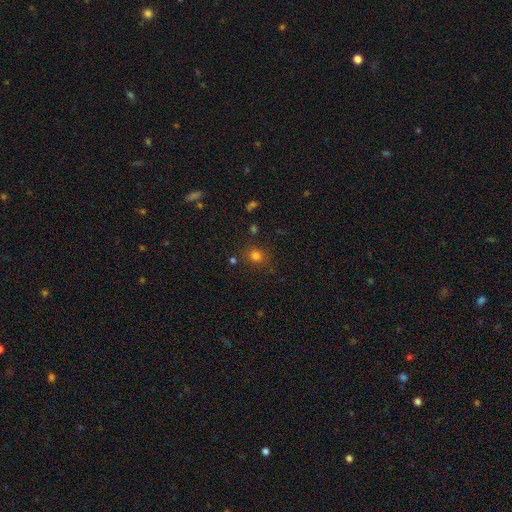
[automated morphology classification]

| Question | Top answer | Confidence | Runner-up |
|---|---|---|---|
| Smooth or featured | smooth | 76% | star or artifact (18%) |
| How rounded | round | 79% | in between (20%) |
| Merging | none | 81% | minor disturbance (11%) |